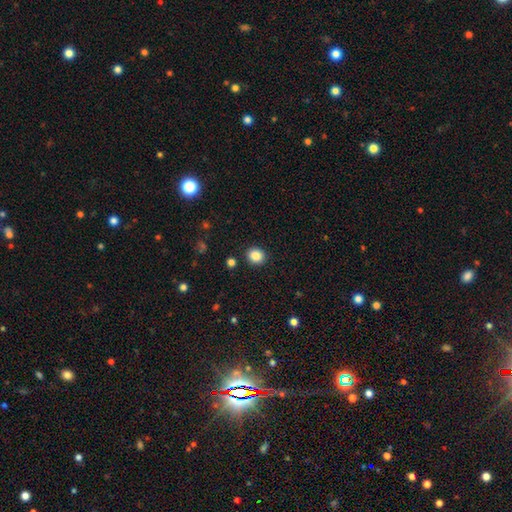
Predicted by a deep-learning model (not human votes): smooth_or_featured: smooth (p=0.86) [alt: star or artifact p=0.10]
how_rounded: round (p=0.79) [alt: in between p=0.20]
merging: none (p=0.90) [alt: minor disturbance p=0.06]